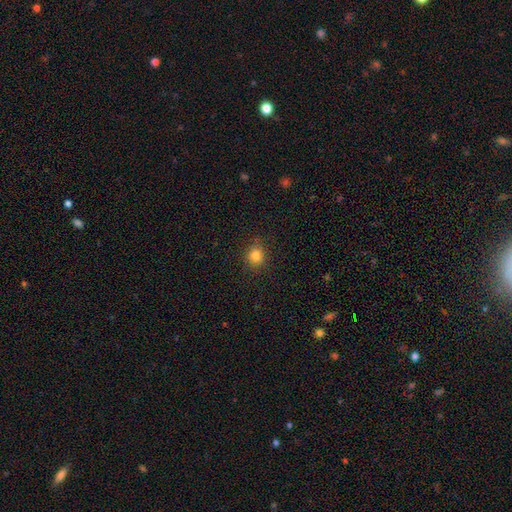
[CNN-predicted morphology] smooth-or-featured: smooth: 83% | star or artifact: 12% | featured or disk: 5%
  how-rounded: round: 79% | in between: 20% | cigar-shaped: 1%
  merging: none: 85% | minor disturbance: 10% | major disturbance: 3% | merger: 1%